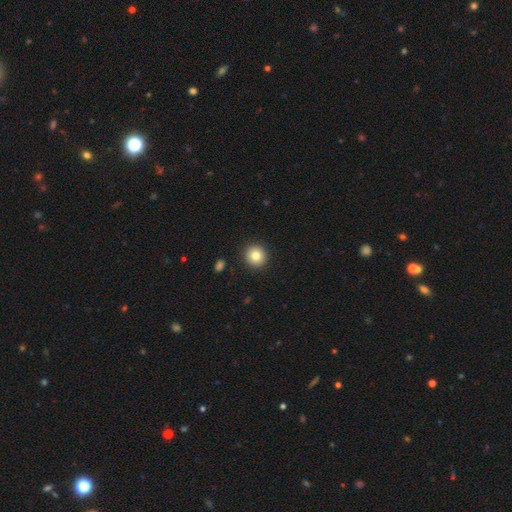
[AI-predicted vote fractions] This appears to be a smooth galaxy with no disk features (83%) that is round (92%). Merging: none (92%).